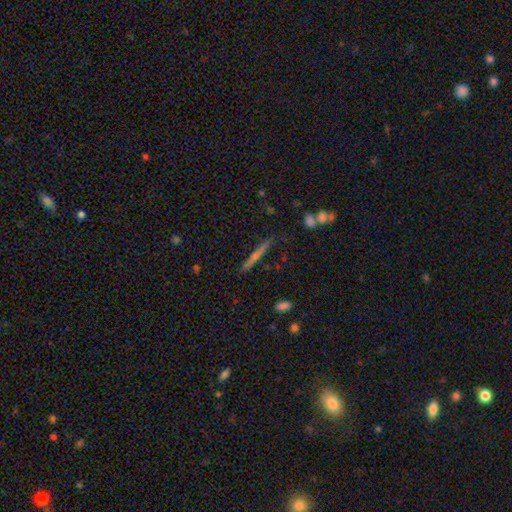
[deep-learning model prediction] smooth_or_featured: featured or disk (p=0.48) [alt: smooth p=0.43]
merging: none (p=0.86) [alt: minor disturbance p=0.10]